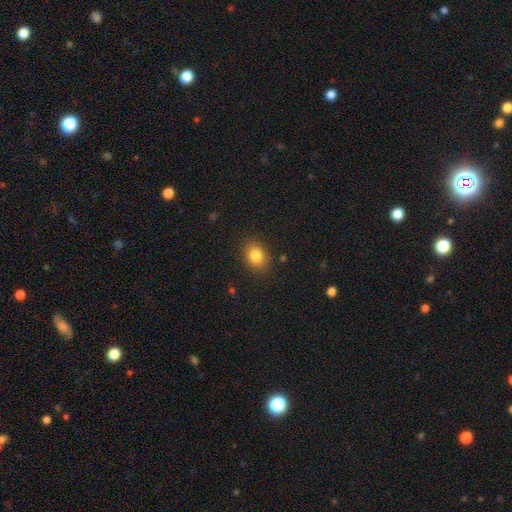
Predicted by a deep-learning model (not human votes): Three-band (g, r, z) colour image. It shows a smooth galaxy with no disk features (84%) that is in between round and cigar-shaped (59%). Merging: none (87%).